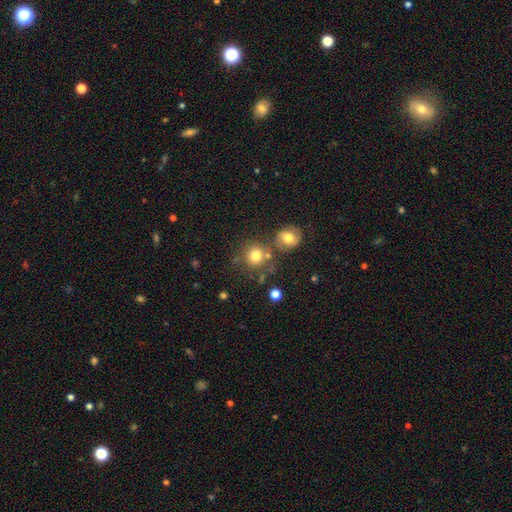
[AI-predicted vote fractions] Smooth or featured?
  - smooth: 77% *
  - star or artifact: 12%
  - featured or disk: 11%
How rounded?
  - round: 89% *
  - in between: 10%
  - cigar-shaped: 1%
Merging?
  - none: 67% *
  - merger: 17%
  - minor disturbance: 11%
  - major disturbance: 5%